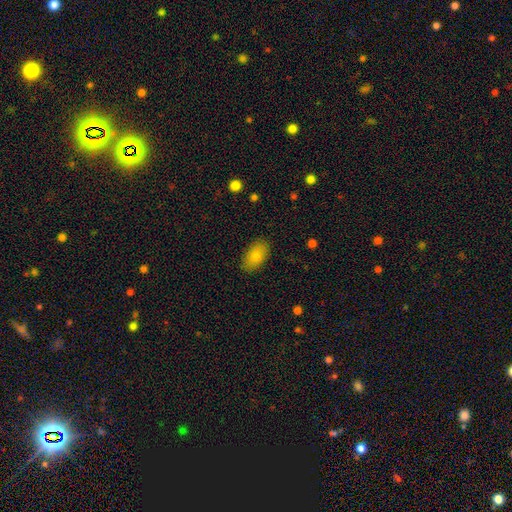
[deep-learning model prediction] A smooth galaxy with no disk features (83%) that is in between round and cigar-shaped (93%).

Vote fractions:
- Smooth or featured? smooth: 83% / featured or disk: 10% / star or artifact: 7%
- How rounded? in between: 93% / round: 5% / cigar-shaped: 2%
- Merging? none: 86% / minor disturbance: 10% / major disturbance: 3% / merger: 1%